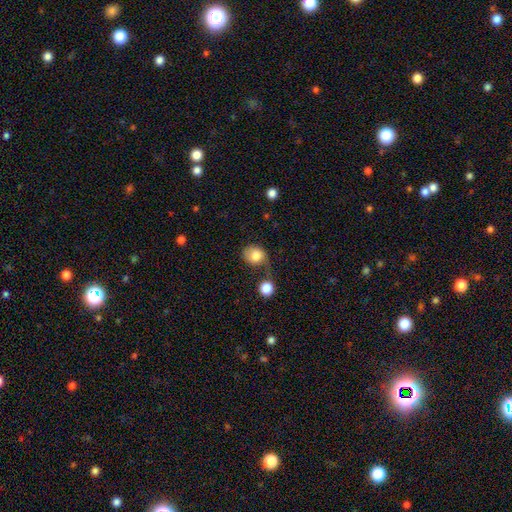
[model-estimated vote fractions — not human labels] Morphology: type=smooth (80%); roundness=round (63%); merging=none (41%).